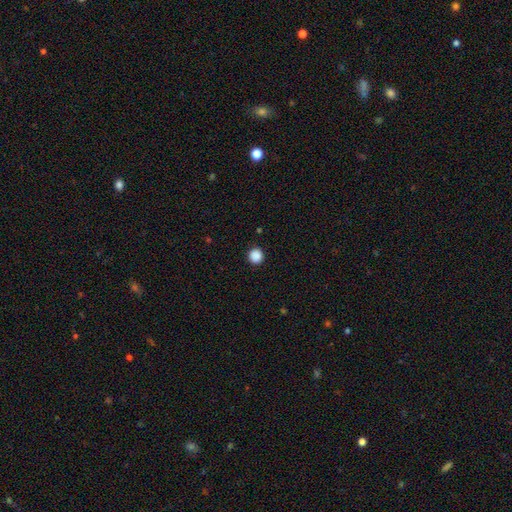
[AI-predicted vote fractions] Smooth or featured? Predicted: smooth (p=0.88). How rounded? Predicted: round (p=0.93). Merging? Predicted: none (p=0.92).